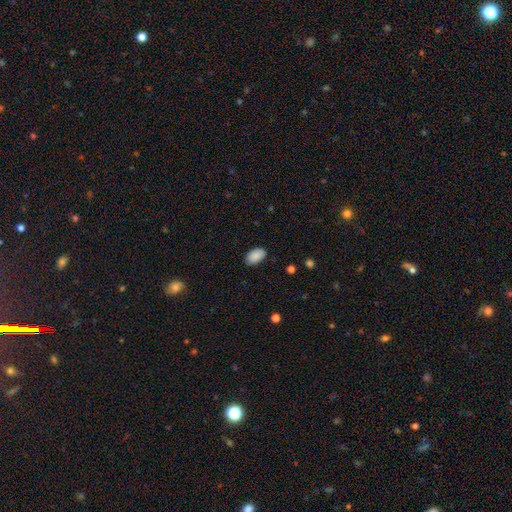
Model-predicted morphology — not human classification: Smooth or featured: smooth — 90% (star or artifact — 7%)
How rounded: in between — 93% (round — 6%)
Merging: none — 86% (minor disturbance — 11%)